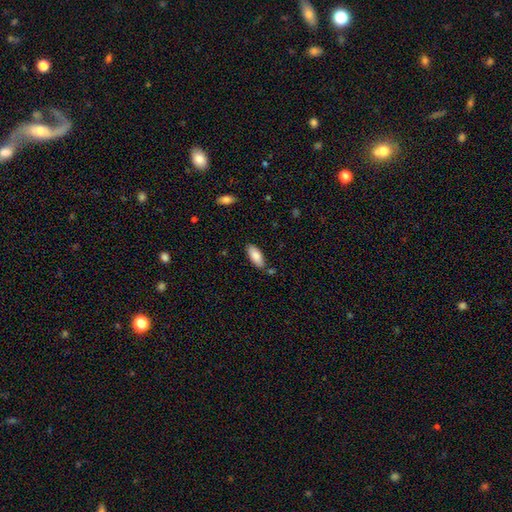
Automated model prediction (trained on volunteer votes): Q: Smooth or featured?
A: smooth (84%); runner-up: featured or disk (10%)
Q: How rounded?
A: in between (82%); runner-up: cigar-shaped (16%)
Q: Merging?
A: none (80%); runner-up: minor disturbance (13%)